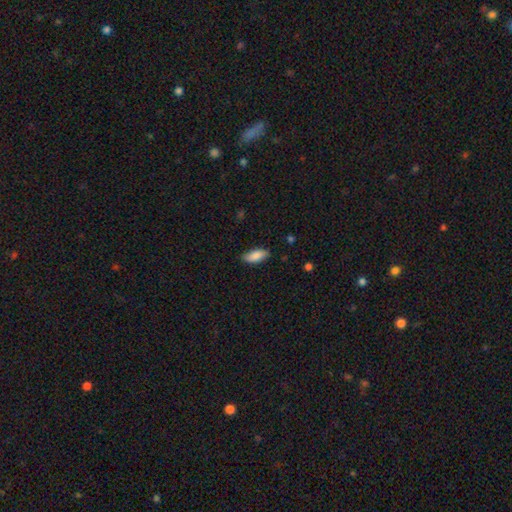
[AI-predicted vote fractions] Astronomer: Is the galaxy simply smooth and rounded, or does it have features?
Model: smooth — 85%.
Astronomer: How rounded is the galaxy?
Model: in between — 85%.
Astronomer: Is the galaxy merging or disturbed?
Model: none — 83%.